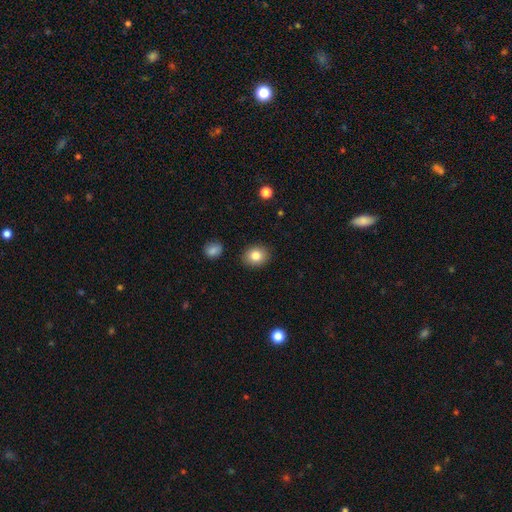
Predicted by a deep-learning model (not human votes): Morphology: type=smooth (82%); roundness=round (62%); merging=none (89%).